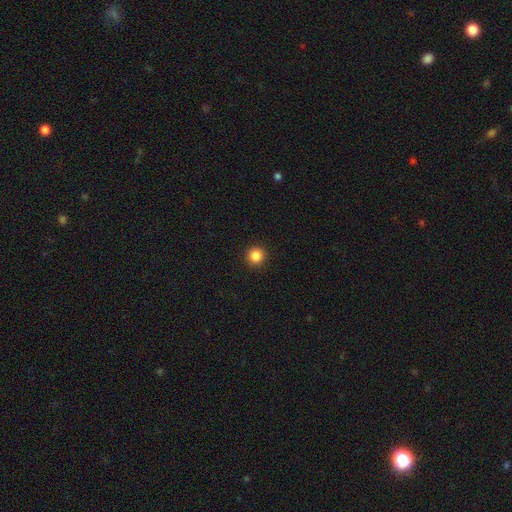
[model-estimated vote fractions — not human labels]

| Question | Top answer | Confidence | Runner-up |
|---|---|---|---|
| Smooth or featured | smooth | 86% | star or artifact (11%) |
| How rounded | round | 96% | in between (3%) |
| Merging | none | 93% | minor disturbance (4%) |